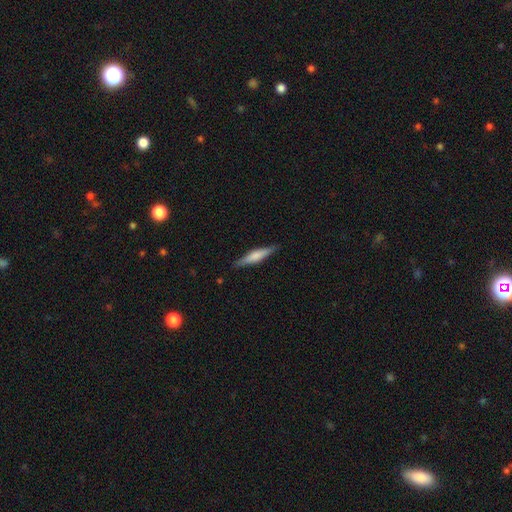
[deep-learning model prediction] The model was most divided on "smooth or featured": smooth: 55%, featured or disk: 39%, star or artifact: 6%. More confident: merging — none (88%); how rounded — cigar-shaped (86%).